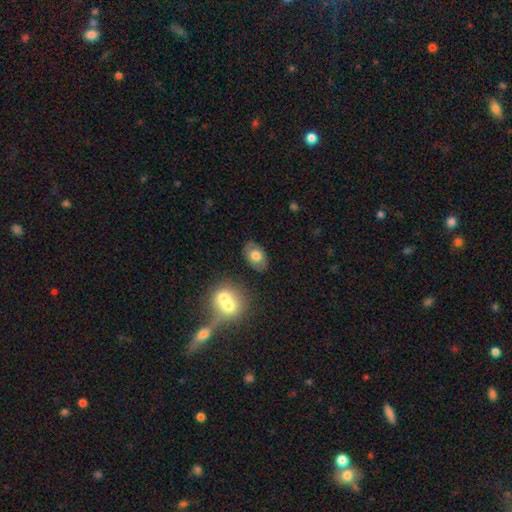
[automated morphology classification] smooth-or-featured: smooth: 70% | featured or disk: 23% | star or artifact: 7%
  how-rounded: in between: 86% | round: 13% | cigar-shaped: 1%
  merging: none: 81% | minor disturbance: 12% | merger: 4% | major disturbance: 3%